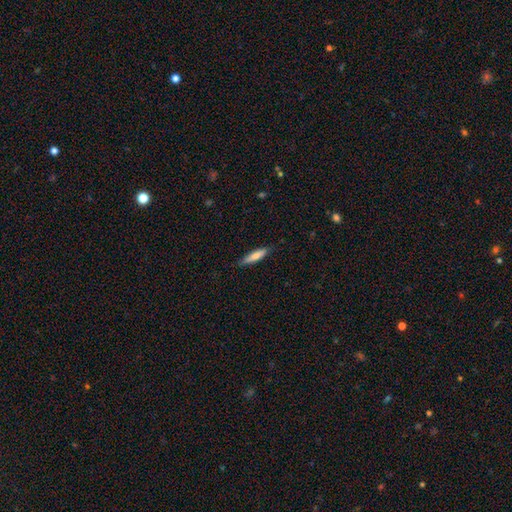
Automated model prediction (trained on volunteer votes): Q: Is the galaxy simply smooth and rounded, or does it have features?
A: smooth — 75%.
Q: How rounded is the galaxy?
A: cigar-shaped — 79%.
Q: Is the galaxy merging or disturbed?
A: none — 83%.